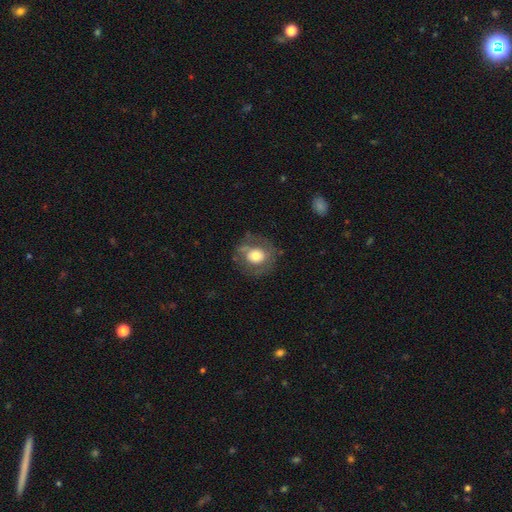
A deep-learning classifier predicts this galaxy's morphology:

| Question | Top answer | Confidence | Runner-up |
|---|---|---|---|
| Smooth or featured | smooth | 55% | featured or disk (36%) |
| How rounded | round | 80% | in between (19%) |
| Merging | none | 65% | minor disturbance (20%) |